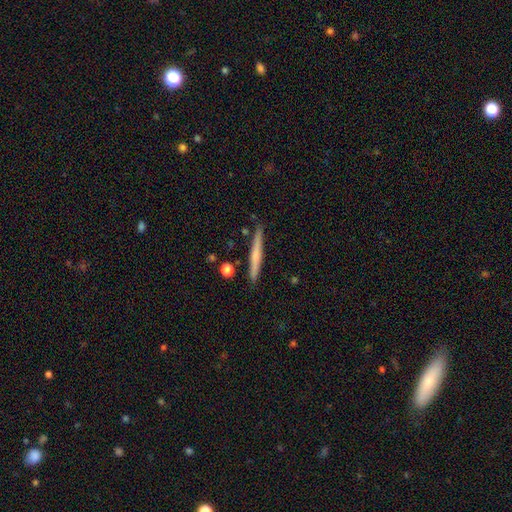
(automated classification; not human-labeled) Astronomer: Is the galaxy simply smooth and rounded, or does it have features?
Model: featured or disk — 48% (runner-up: smooth, 46%).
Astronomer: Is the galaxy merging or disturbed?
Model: none — 88%.